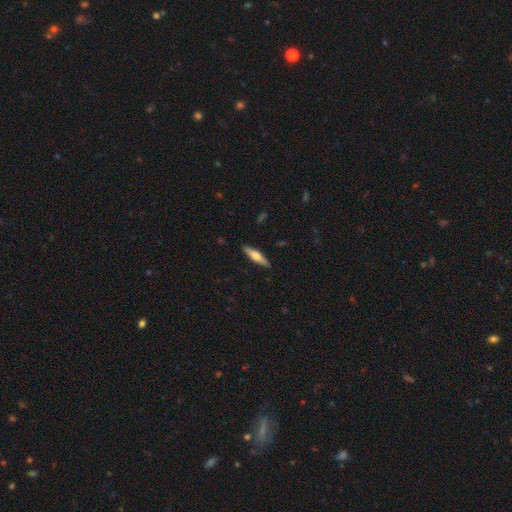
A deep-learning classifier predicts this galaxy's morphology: Overall: featured or disk (47%, tied with smooth). Merging: none (89%).